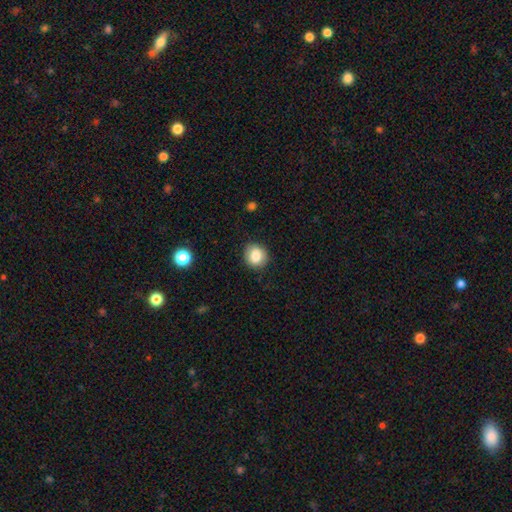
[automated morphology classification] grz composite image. It shows a smooth galaxy with no disk features (83%) that is round (76%). Merging: none (86%).